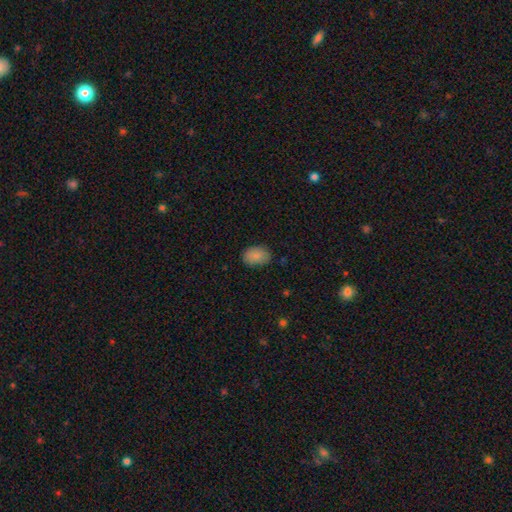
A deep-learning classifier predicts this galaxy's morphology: smooth_or_featured: smooth (p=0.87) [alt: star or artifact p=0.08]
how_rounded: in between (p=0.84) [alt: round p=0.15]
merging: none (p=0.82) [alt: minor disturbance p=0.14]